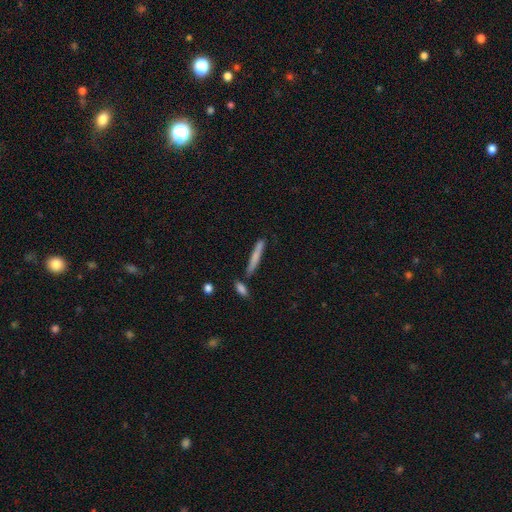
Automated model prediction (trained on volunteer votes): Overall: smooth (66%; featured or disk 27%). How rounded: cigar-shaped (94%). Merging: none (78%).